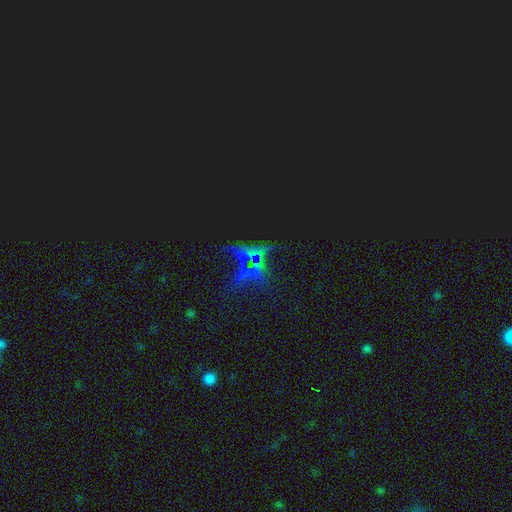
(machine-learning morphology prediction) Smooth or featured?
  - star or artifact: 74% *
  - smooth: 13%
  - featured or disk: 12%